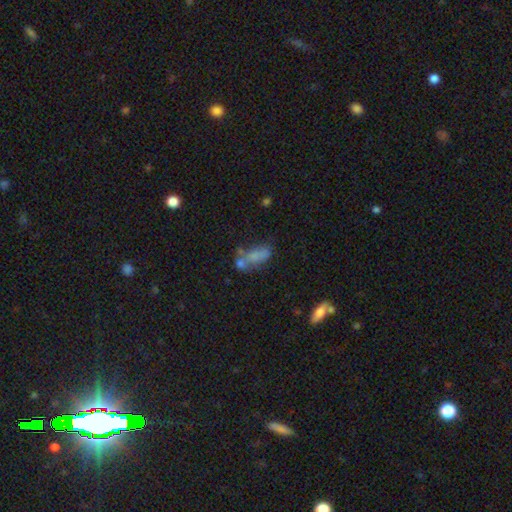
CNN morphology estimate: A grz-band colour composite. It shows a smooth galaxy with no disk features (64%) that is in between round and cigar-shaped (81%). Merging: merger (33%).